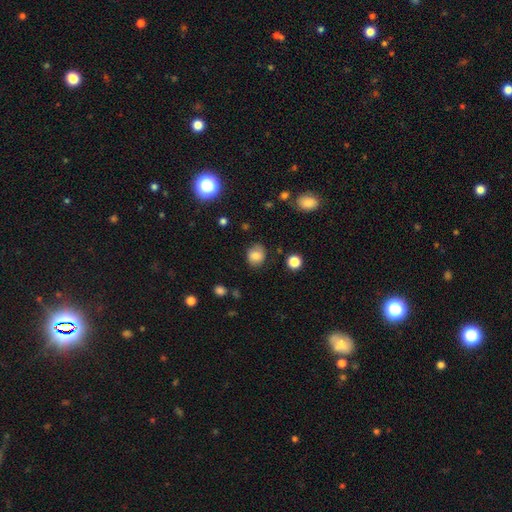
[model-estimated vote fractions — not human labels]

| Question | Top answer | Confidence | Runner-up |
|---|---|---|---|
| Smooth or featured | smooth | 80% | star or artifact (11%) |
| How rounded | round | 69% | in between (30%) |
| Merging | none | 80% | minor disturbance (15%) |